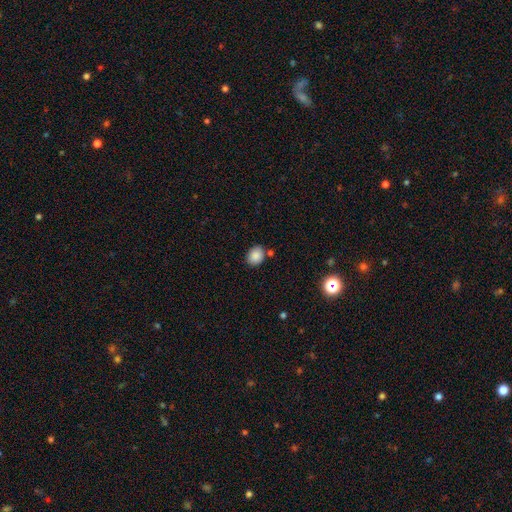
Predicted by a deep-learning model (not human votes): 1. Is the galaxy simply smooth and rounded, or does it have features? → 87% smooth, 9% star or artifact, 4% featured or disk.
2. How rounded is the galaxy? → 52% in between, 47% round, 1% cigar-shaped.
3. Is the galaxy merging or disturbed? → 77% none, 12% minor disturbance, 7% merger, 3% major disturbance.